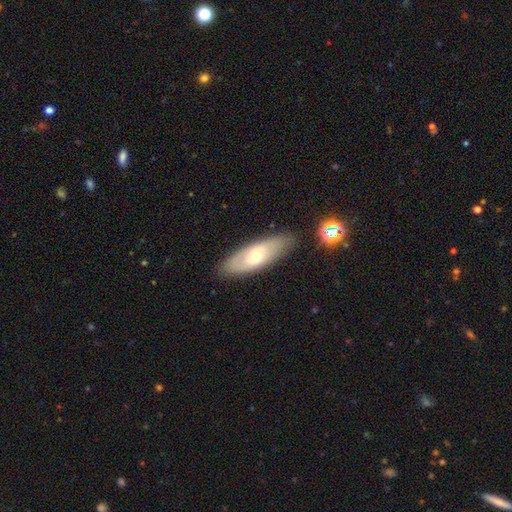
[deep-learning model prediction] A smooth galaxy with no disk features (47%). Merging: none (84%).